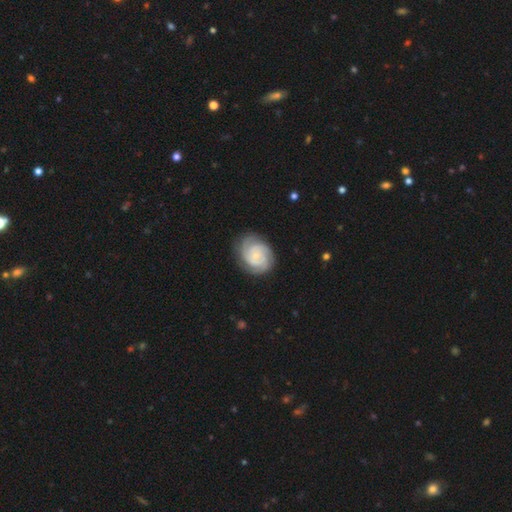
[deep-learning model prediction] Smooth or featured?
  - featured or disk: 80% *
  - smooth: 15%
  - star or artifact: 6%
Edge-on disk?
  - no: 98% *
  - yes: 2%
Bar?
  - no: 73% *
  - weak: 23%
  - strong: 4%
Spiral arms?
  - yes: 96% *
  - no: 4%
Spiral winding?
  - tight: 69% *
  - medium: 26%
  - loose: 5%
Spiral arm count?
  - 3: 37% *
  - can't tell: 20%
  - 2: 20%
  - 4: 12%
  - more than 4: 6%
  - 1: 6%
Bulge size?
  - small: 77% *
  - moderate: 15%
  - none: 5%
  - large: 1%
  - dominant: 1%
Merging?
  - none: 79% *
  - minor disturbance: 15%
  - major disturbance: 5%
  - merger: 1%